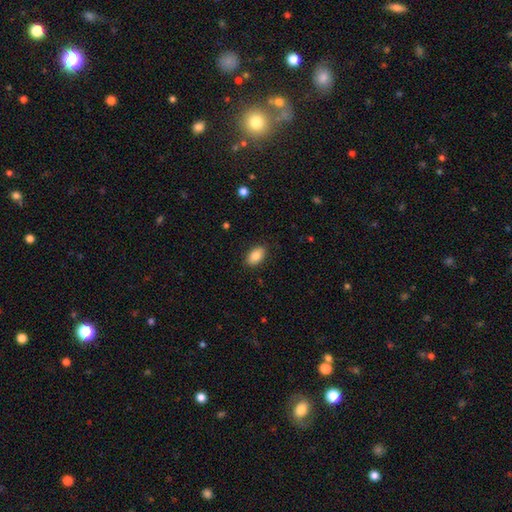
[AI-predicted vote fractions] A smooth galaxy with no disk features (85%) that is in between round and cigar-shaped (92%).

Vote fractions:
- Smooth or featured? smooth: 85% / star or artifact: 7% / featured or disk: 7%
- How rounded? in between: 92% / round: 7% / cigar-shaped: 2%
- Merging? none: 87% / minor disturbance: 10% / major disturbance: 2% / merger: 1%